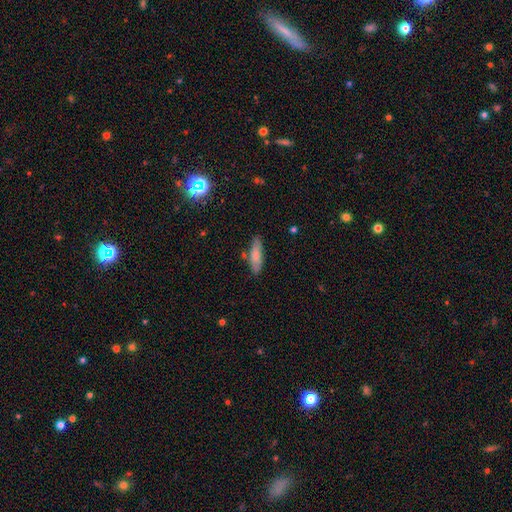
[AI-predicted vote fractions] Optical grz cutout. It shows a smooth galaxy with no disk features (76%) that is cigar-shaped (50%). Merging: none (79%).